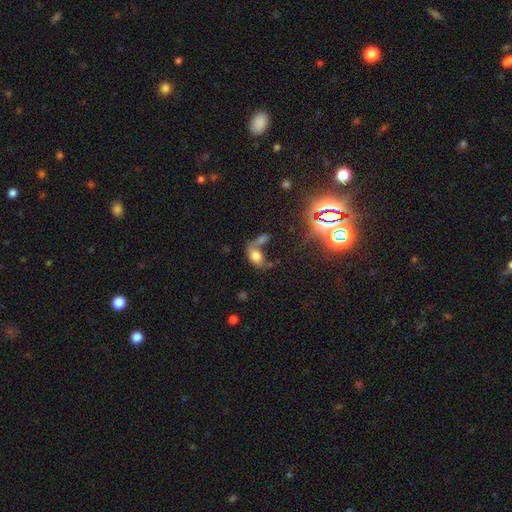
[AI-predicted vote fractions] Overall: smooth (67%). How rounded: in between (87%). Merging: merger (47%; none 26%).